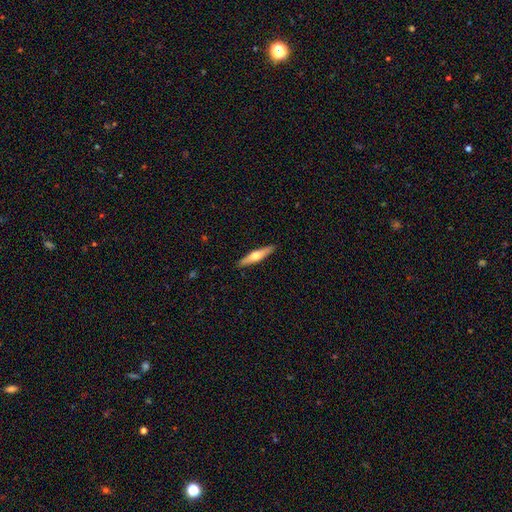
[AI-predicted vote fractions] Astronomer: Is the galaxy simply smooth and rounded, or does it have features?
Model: featured or disk — 53% (runner-up: smooth, 42%).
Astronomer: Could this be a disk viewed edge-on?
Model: yes — 95%.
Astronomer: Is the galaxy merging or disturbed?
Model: none — 91%.